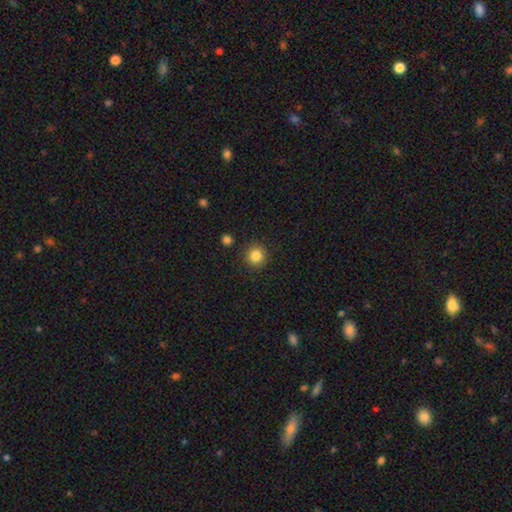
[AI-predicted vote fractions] The model was most divided on "smooth or featured": smooth: 84%, star or artifact: 11%, featured or disk: 5%. More confident: how rounded — round (93%); merging — none (89%).